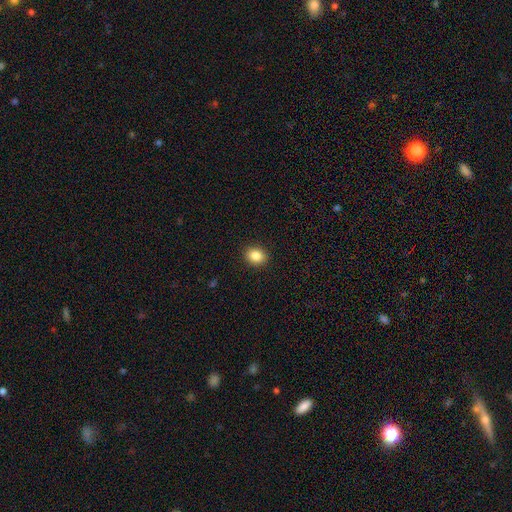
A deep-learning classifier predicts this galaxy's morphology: Smooth or featured: smooth — 86% (star or artifact — 9%)
How rounded: round — 52% (in between — 47%)
Merging: none — 91% (minor disturbance — 6%)